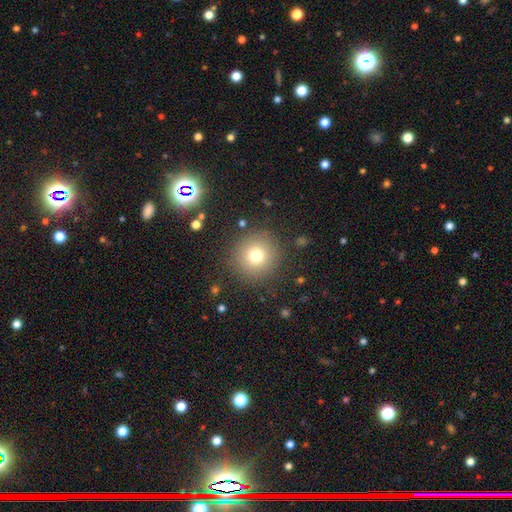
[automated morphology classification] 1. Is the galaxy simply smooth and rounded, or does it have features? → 75% smooth, 14% star or artifact, 11% featured or disk.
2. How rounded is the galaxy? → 95% round, 4% in between, 1% cigar-shaped.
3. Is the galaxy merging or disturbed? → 88% none, 7% minor disturbance, 4% major disturbance, 2% merger.